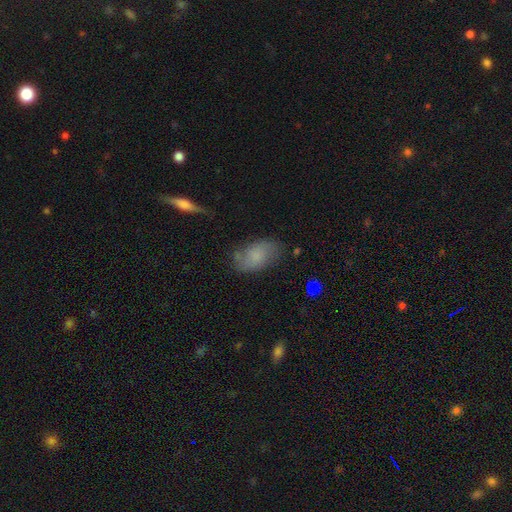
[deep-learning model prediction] The model was most divided on "smooth or featured": smooth: 64%, featured or disk: 28%, star or artifact: 8%. More confident: how rounded — in between (92%); merging — none (69%).